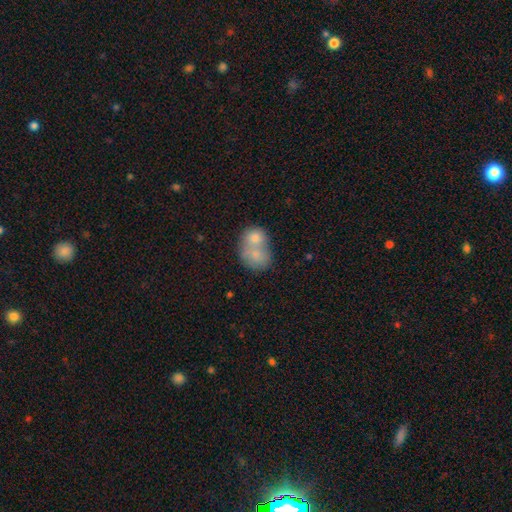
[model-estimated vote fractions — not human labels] Morphology: type=smooth (75%); roundness=round (53%); merging=merger (68%).